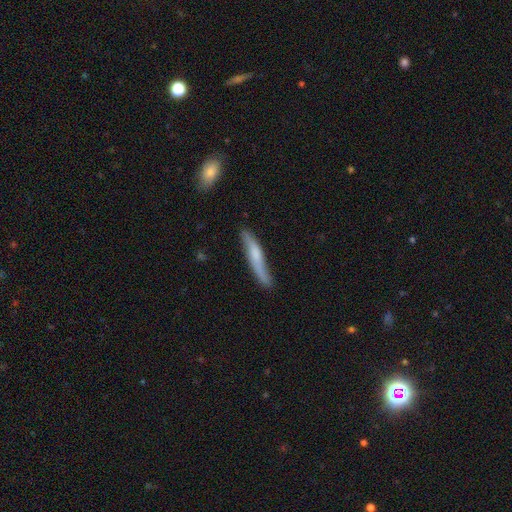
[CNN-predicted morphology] Smooth or featured? Predicted: smooth (p=0.52). How rounded? Predicted: cigar-shaped (p=0.92). Merging? Predicted: none (p=0.73).